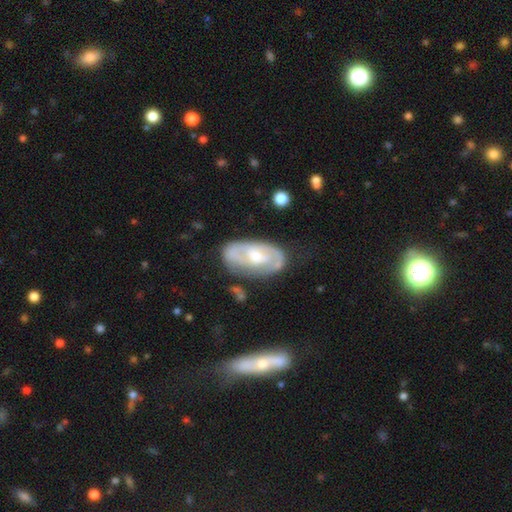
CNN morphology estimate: Smooth or featured: featured or disk — 72% (smooth — 22%)
Edge-on disk: no — 93% (yes — 7%)
Bar: no — 56% (weak — 34%)
Spiral arms: yes — 74% (no — 26%)
Bulge size: moderate — 54% (small — 36%)
Merging: none — 67% (minor disturbance — 21%)